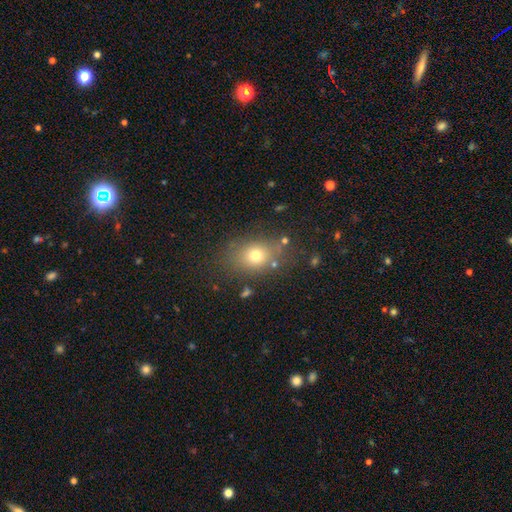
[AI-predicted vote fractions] Q: Smooth or featured?
A: smooth (72%); runner-up: star or artifact (15%)
Q: How rounded?
A: in between (58%); runner-up: round (41%)
Q: Merging?
A: none (76%); runner-up: minor disturbance (14%)